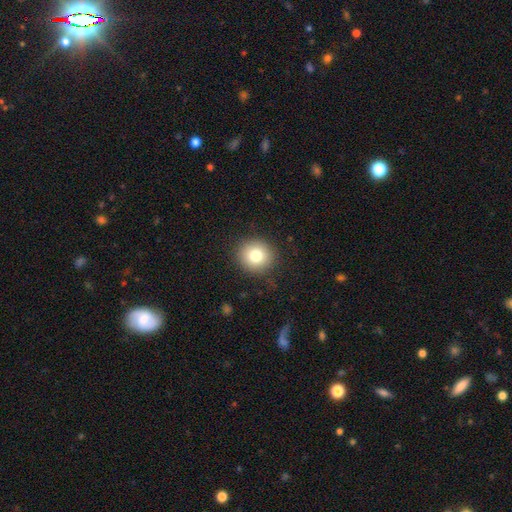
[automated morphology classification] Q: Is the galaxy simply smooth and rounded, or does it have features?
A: smooth — 80%.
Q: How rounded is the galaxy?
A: round — 90%.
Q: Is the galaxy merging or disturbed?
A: none — 89%.